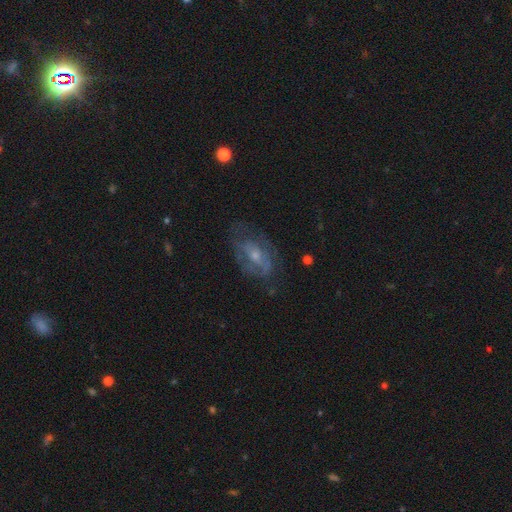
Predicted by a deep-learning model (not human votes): Smooth or featured?
  - featured or disk: 67% *
  - smooth: 24%
  - star or artifact: 9%
Edge-on disk?
  - no: 94% *
  - yes: 6%
Bar?
  - no: 61% *
  - weak: 31%
  - strong: 8%
Spiral arms?
  - yes: 63% *
  - no: 37%
Bulge size?
  - small: 51% *
  - moderate: 41%
  - none: 4%
  - large: 3%
  - dominant: 1%
Merging?
  - none: 58% *
  - minor disturbance: 23%
  - major disturbance: 18%
  - merger: 2%